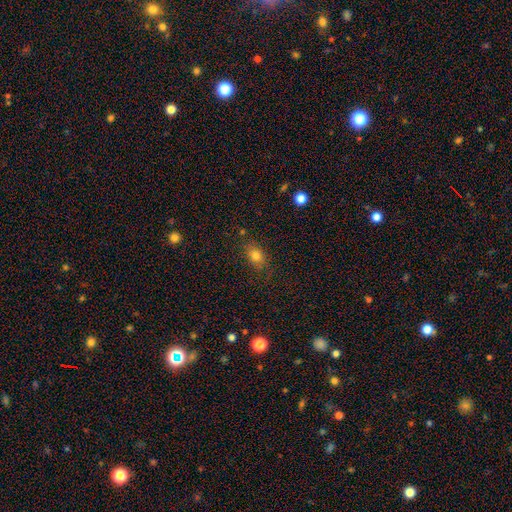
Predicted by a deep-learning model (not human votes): Smooth or featured? Predicted: smooth (p=0.79). How rounded? Predicted: in between (p=0.71). Merging? Predicted: none (p=0.77).